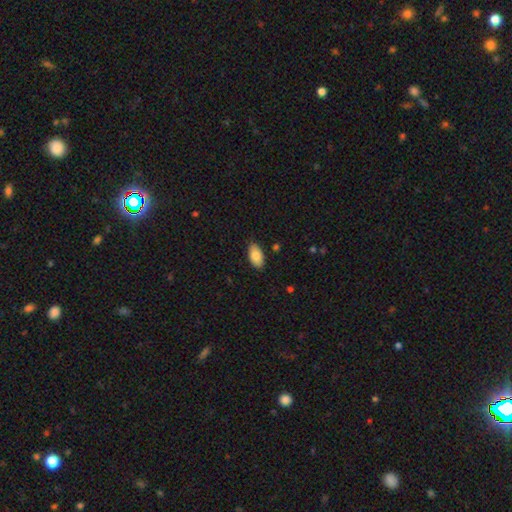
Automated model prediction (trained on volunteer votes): This is clearly a smooth galaxy (84%). How rounded: clearly in between (94%). Merging: clearly none (85%).